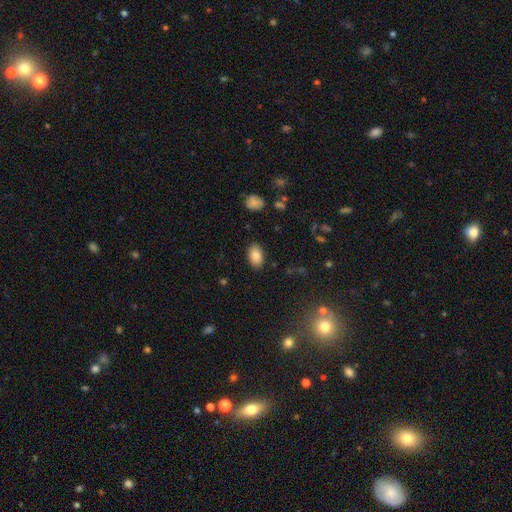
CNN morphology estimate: smooth 85%, star or artifact 8%, featured or disk 7%. Down the decision tree: how rounded — in between (91%); merging — none (87%).